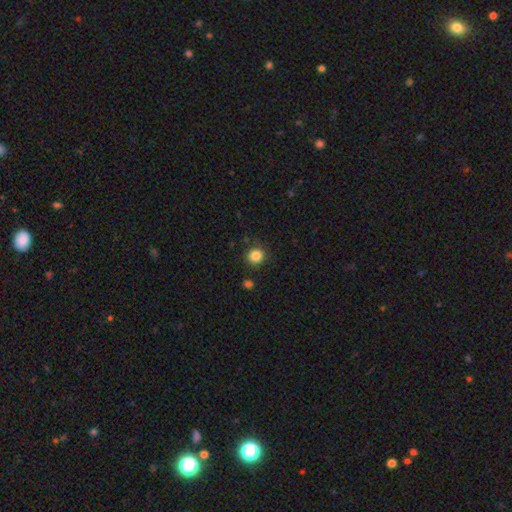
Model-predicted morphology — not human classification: type=smooth (85%); roundness=round (88%); merging=none (87%).